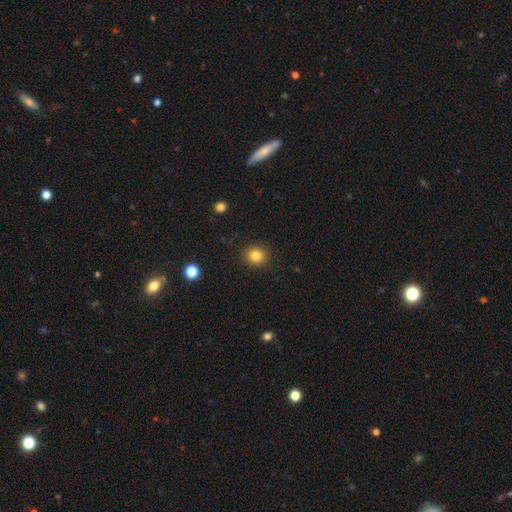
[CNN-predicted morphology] type=smooth (83%); roundness=round (85%); merging=none (90%).